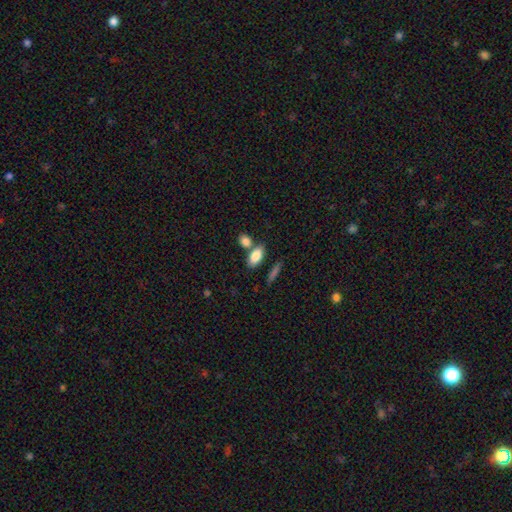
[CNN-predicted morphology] smooth_or_featured: smooth (p=0.85) [alt: featured or disk p=0.08]
how_rounded: in between (p=0.85) [alt: round p=0.08]
merging: none (p=0.58) [alt: merger p=0.27]